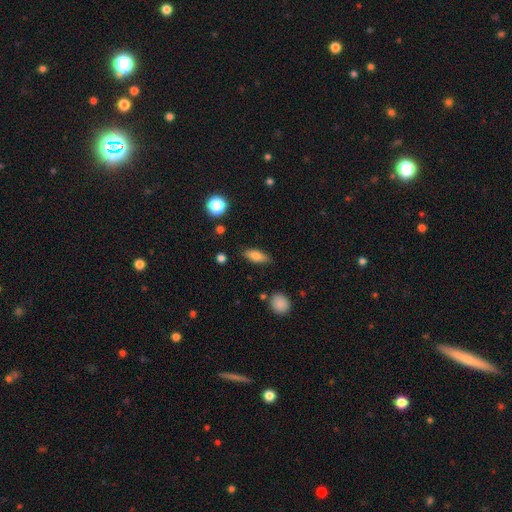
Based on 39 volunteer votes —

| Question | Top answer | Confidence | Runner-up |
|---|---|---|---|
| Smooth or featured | smooth | 77% | featured or disk (18%) |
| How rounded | in between | 87% | cigar-shaped (10%) |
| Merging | none | 76% | minor disturbance (16%) |